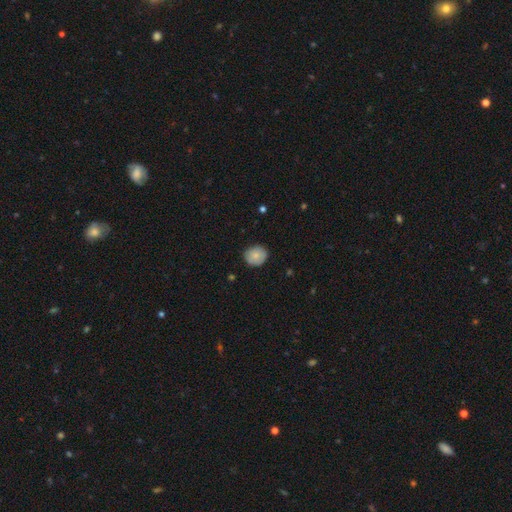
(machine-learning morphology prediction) Q: Smooth or featured?
A: smooth (81%); runner-up: featured or disk (12%)
Q: How rounded?
A: round (80%); runner-up: in between (19%)
Q: Merging?
A: none (83%); runner-up: minor disturbance (14%)